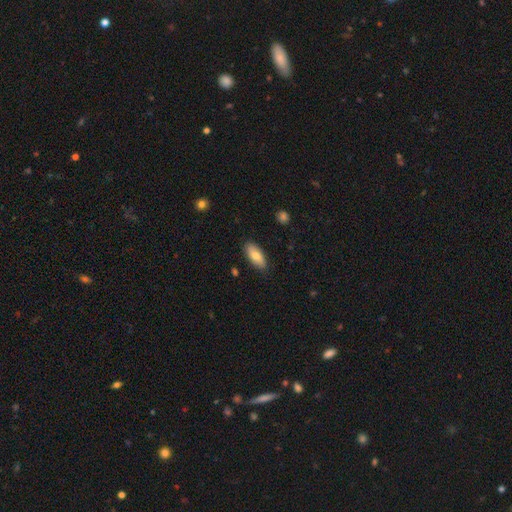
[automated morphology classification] A smooth galaxy with no disk features (75%) that is in between round and cigar-shaped (84%).

Vote fractions:
- Smooth or featured? smooth: 75% / featured or disk: 19% / star or artifact: 6%
- How rounded? in between: 84% / cigar-shaped: 14% / round: 2%
- Merging? none: 85% / minor disturbance: 12% / major disturbance: 2% / merger: 1%